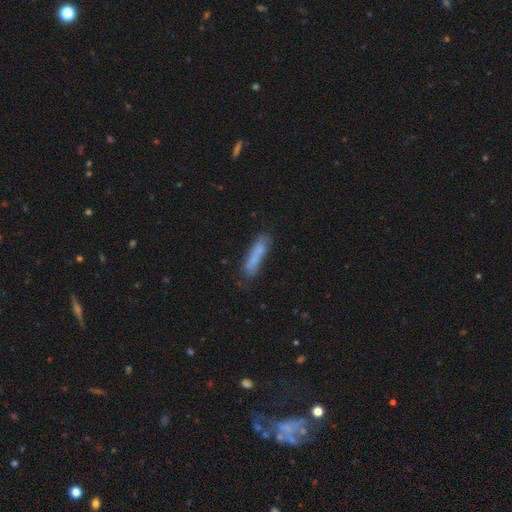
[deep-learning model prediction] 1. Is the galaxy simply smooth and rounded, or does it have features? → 69% smooth, 22% featured or disk, 9% star or artifact.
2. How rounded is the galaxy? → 79% cigar-shaped, 19% in between, 2% round.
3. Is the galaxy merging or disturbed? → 63% none, 20% minor disturbance, 10% merger, 7% major disturbance.